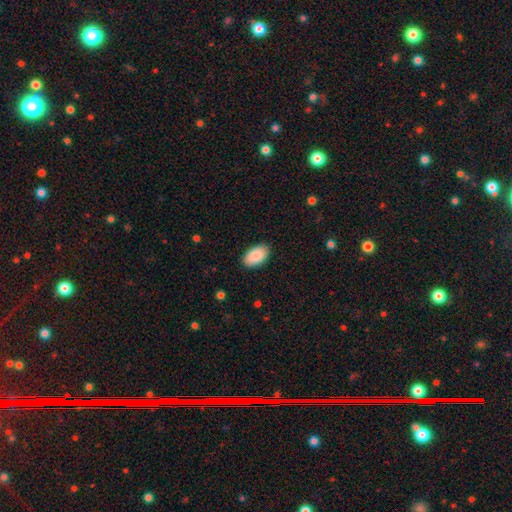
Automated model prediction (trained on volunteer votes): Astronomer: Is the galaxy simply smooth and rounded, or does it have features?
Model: smooth — 90%.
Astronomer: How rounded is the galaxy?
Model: in between — 95%.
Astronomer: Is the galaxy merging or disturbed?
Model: none — 89%.